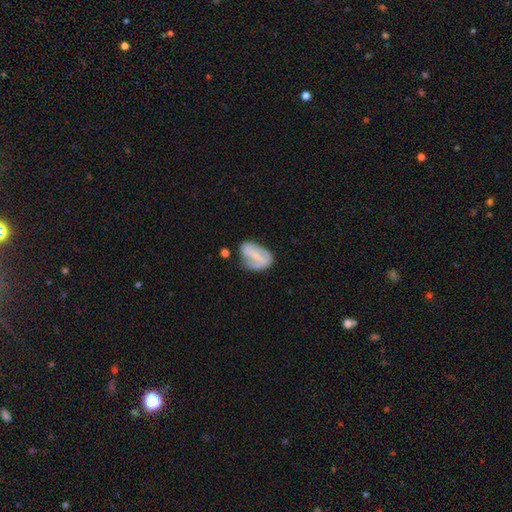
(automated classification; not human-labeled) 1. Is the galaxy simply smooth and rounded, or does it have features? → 58% featured or disk, 35% smooth, 7% star or artifact.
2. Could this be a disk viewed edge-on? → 95% no, 5% yes.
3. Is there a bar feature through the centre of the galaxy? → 40% strong, 36% weak, 24% no.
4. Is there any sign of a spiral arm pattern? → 69% yes, 31% no.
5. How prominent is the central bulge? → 58% small, 21% none, 18% moderate, 1% large, 1% dominant.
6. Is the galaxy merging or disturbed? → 51% none, 29% minor disturbance, 14% major disturbance, 6% merger.